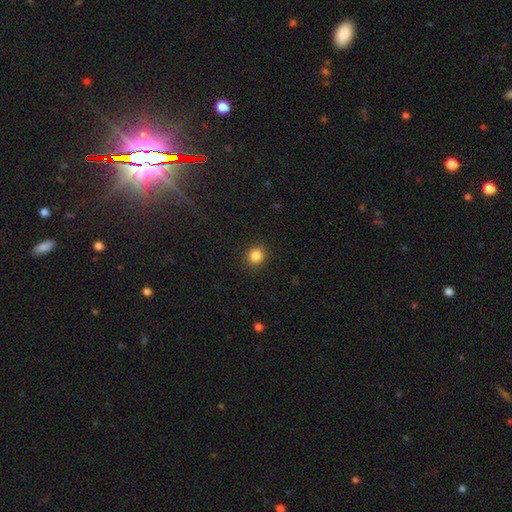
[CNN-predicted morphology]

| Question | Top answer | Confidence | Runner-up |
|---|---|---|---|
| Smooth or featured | smooth | 85% | star or artifact (11%) |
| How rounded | round | 88% | in between (11%) |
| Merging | none | 91% | minor disturbance (5%) |